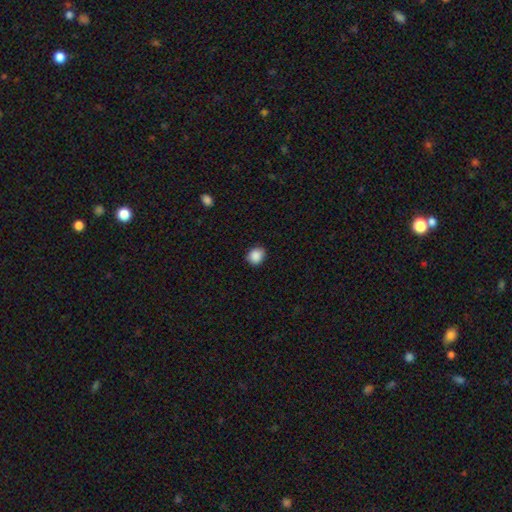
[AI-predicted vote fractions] Morphology: type=smooth (88%); roundness=round (71%); merging=none (86%).